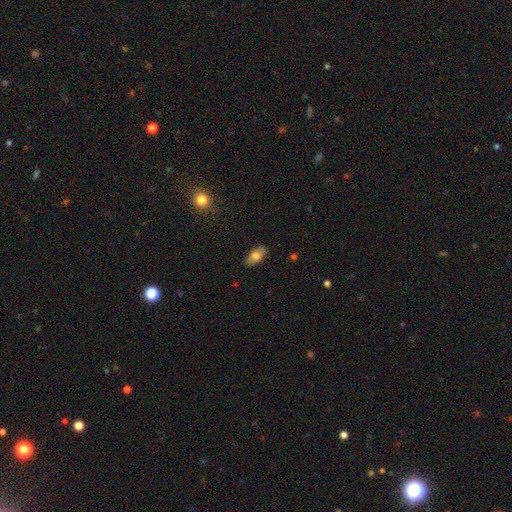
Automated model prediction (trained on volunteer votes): A smooth galaxy with no disk features (72%) that is in between round and cigar-shaped (92%).

Vote fractions:
- Smooth or featured? smooth: 72% / featured or disk: 21% / star or artifact: 7%
- How rounded? in between: 92% / cigar-shaped: 5% / round: 3%
- Merging? none: 85% / minor disturbance: 12% / major disturbance: 2% / merger: 1%